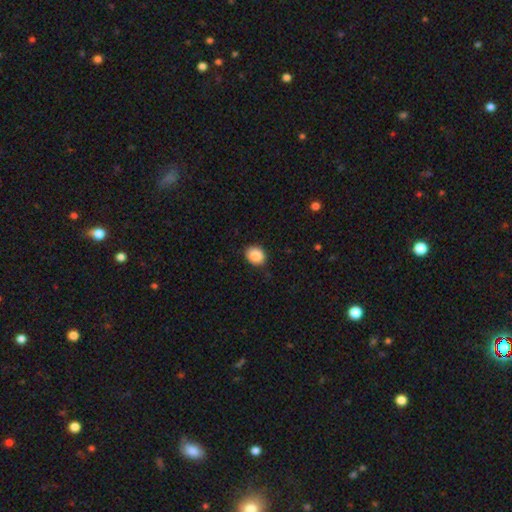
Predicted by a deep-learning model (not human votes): Overall: smooth (88%). How rounded: round (52%; in between 47%). Merging: none (85%).